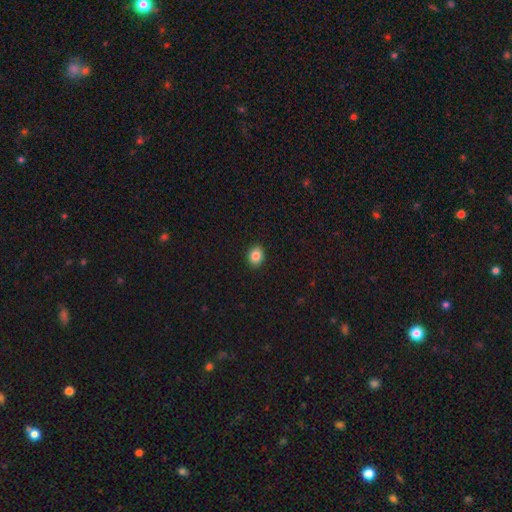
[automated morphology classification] type=smooth (86%); roundness=in between (52%); merging=none (91%).